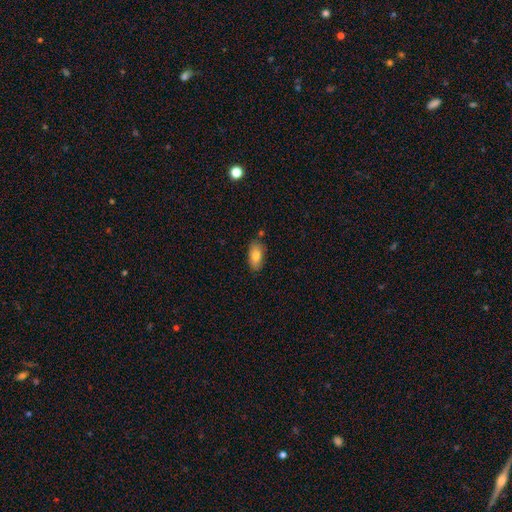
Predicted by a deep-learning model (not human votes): smooth 81%, featured or disk 12%, star or artifact 7%. Down the decision tree: how rounded — in between (90%); merging — none (80%).